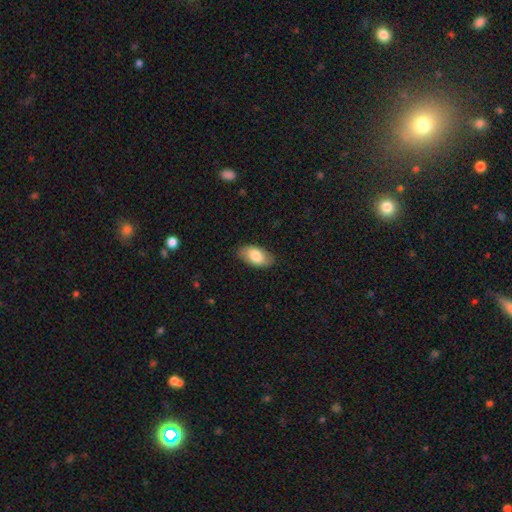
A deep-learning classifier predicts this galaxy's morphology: smooth 81%, featured or disk 14%, star or artifact 6%. Down the decision tree: how rounded — in between (95%); merging — none (85%).